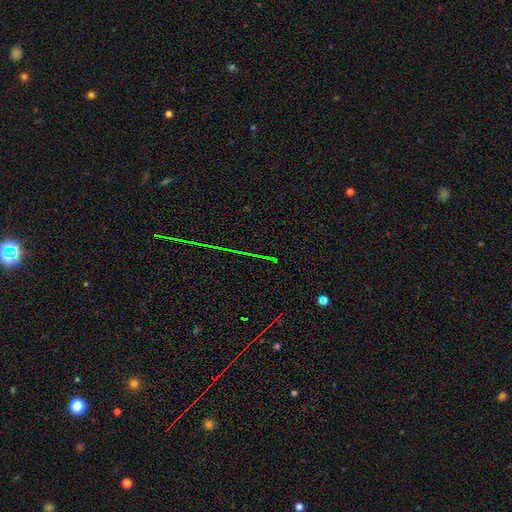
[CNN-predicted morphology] smooth-or-featured: star or artifact: 79% | featured or disk: 11% | smooth: 10%